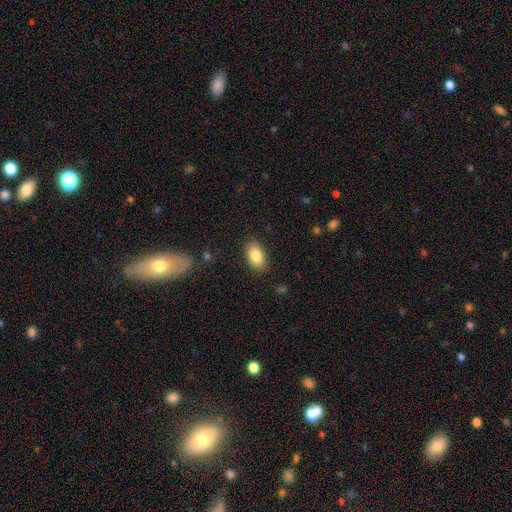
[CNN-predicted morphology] Smooth or featured? Predicted: smooth (p=0.85). How rounded? Predicted: in between (p=0.92). Merging? Predicted: none (p=0.87).